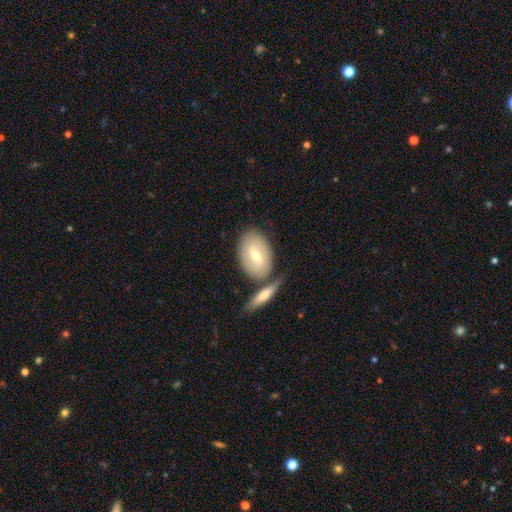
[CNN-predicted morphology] Overall: smooth (59%; featured or disk 36%). How rounded: in between (89%). Merging: none (58%; merger 24%).